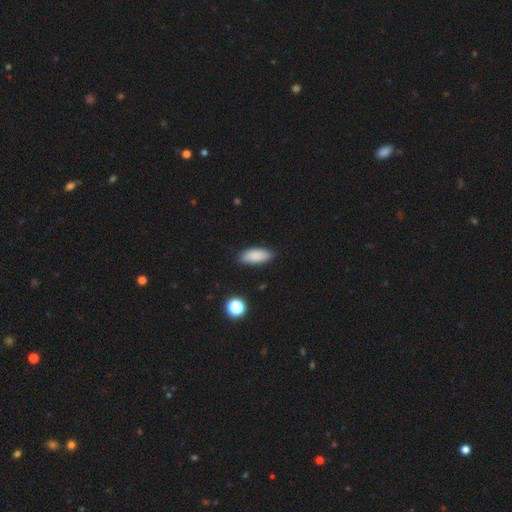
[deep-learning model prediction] Smooth or featured? smooth (88%)
How rounded? in between (82%)
Merging? none (87%)